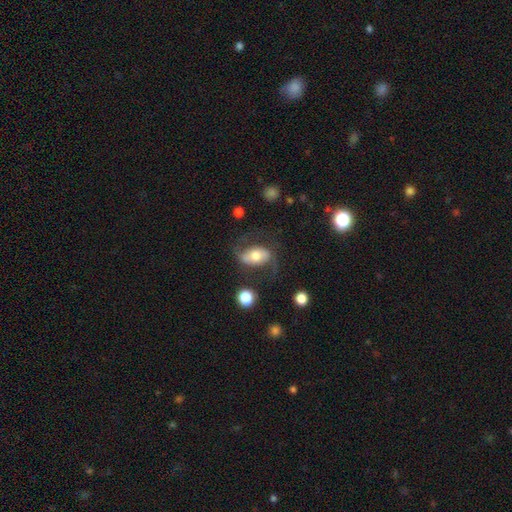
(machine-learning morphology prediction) Smooth or featured? featured or disk (58%)
Edge-on disk? no (94%)
Bar? no (44%)
Spiral arms? yes (78%)
Bulge size? moderate (61%)
Merging? none (58%)